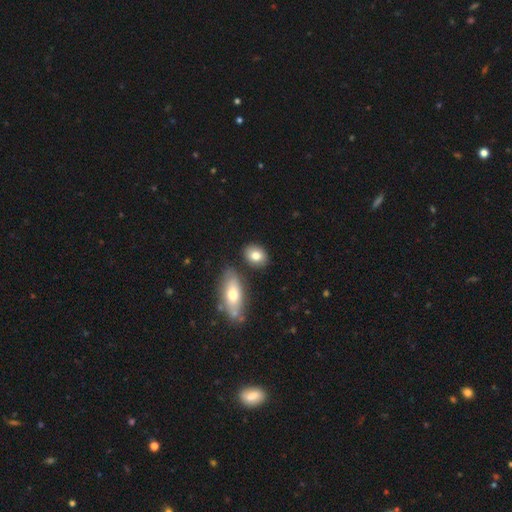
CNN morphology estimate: smooth 79%, featured or disk 13%, star or artifact 8%. Down the decision tree: how rounded — in between (66%); merging — none (80%).